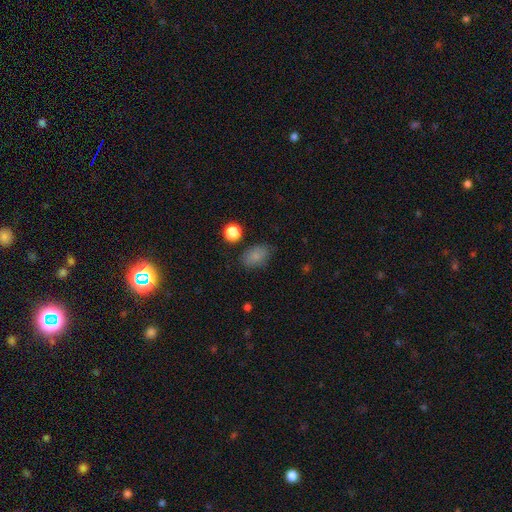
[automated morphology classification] type=smooth (82%); roundness=in between (83%); merging=none (76%).